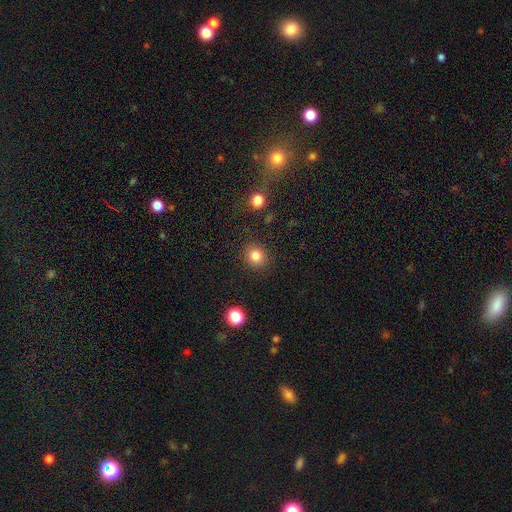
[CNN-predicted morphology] Overall: smooth (84%). How rounded: round (84%). Merging: none (88%).